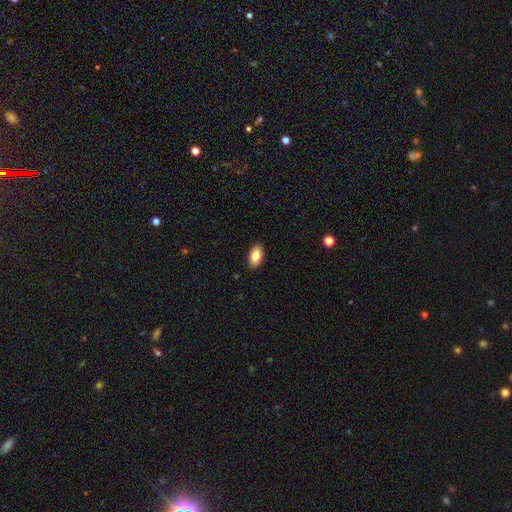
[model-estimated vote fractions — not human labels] Morphology: type=smooth (85%); roundness=in between (94%); merging=none (89%).